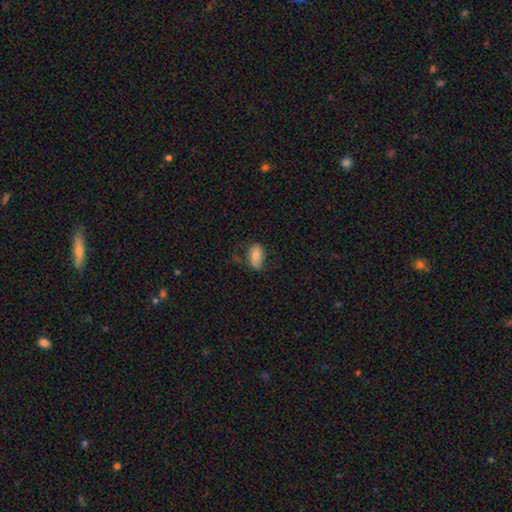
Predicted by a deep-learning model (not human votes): This is likely a smooth galaxy (72%). How rounded: clearly in between (91%). Merging: possibly none (60%).